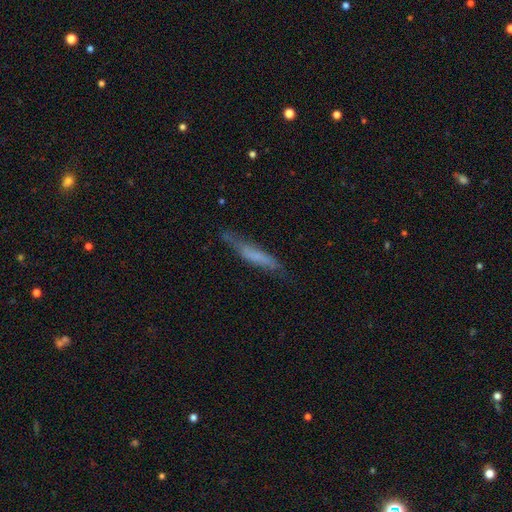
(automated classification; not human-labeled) Smooth or featured? Predicted: smooth (p=0.56). How rounded? Predicted: cigar-shaped (p=0.89). Merging? Predicted: none (p=0.64).